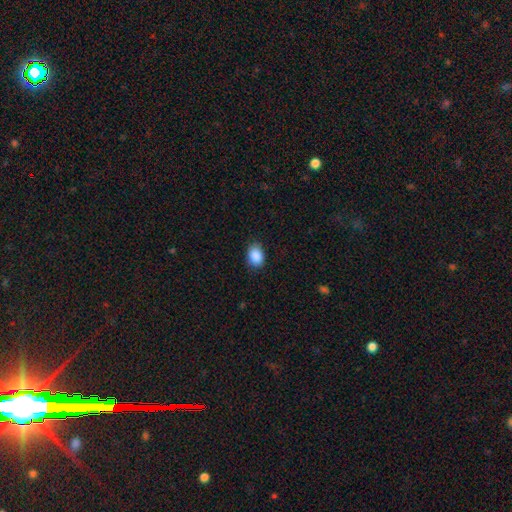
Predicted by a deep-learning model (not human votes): smooth 89%, star or artifact 8%, featured or disk 3%. Down the decision tree: how rounded — in between (73%); merging — none (84%).